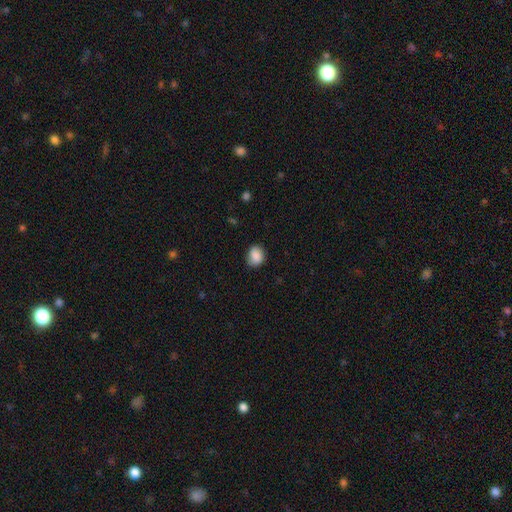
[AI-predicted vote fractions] A smooth galaxy with no disk features (88%) that is in between round and cigar-shaped (51%).

Vote fractions:
- Smooth or featured? smooth: 88% / star or artifact: 8% / featured or disk: 4%
- How rounded? in between: 51% / round: 48% / cigar-shaped: 1%
- Merging? none: 78% / minor disturbance: 17% / major disturbance: 3% / merger: 1%